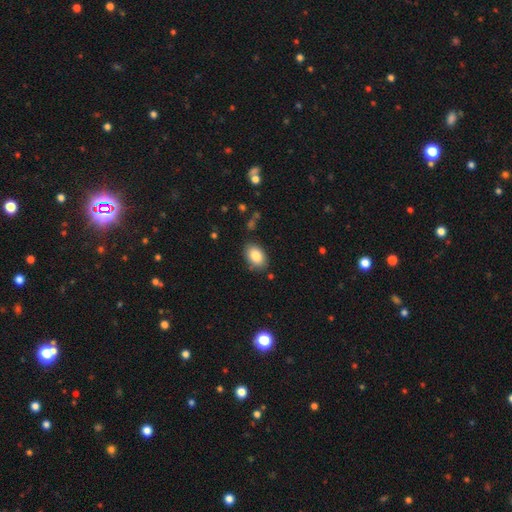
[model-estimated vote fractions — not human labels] Q: Smooth or featured?
A: smooth (85%); runner-up: featured or disk (8%)
Q: How rounded?
A: in between (88%); runner-up: round (11%)
Q: Merging?
A: none (84%); runner-up: minor disturbance (12%)